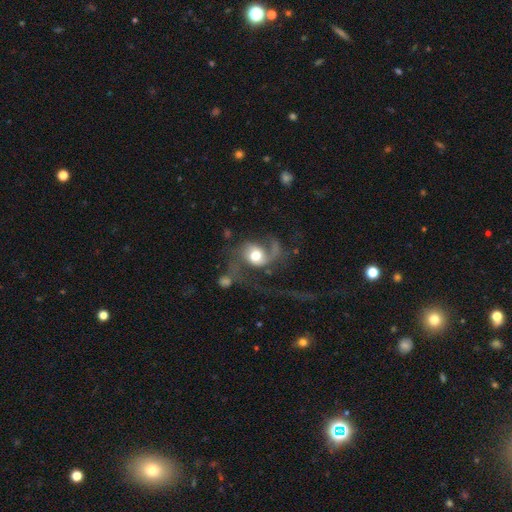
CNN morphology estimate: Smooth or featured? Predicted: featured or disk (p=0.70). Edge-on disk? Predicted: no (p=0.97). Bar? Predicted: no (p=0.66). Spiral arms? Predicted: yes (p=0.88). Spiral winding? Predicted: loose (p=0.57). Spiral arm count? Predicted: 2 (p=0.46). Bulge size? Predicted: moderate (p=0.59). Merging? Predicted: major disturbance (p=0.46).